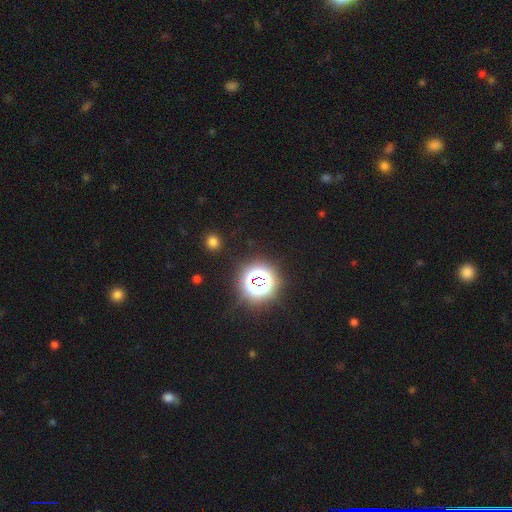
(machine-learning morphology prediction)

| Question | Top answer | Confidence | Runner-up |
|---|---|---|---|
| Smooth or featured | star or artifact | 77% | smooth (17%) |